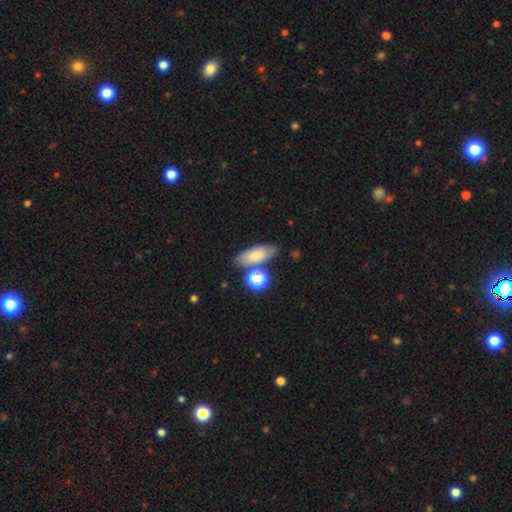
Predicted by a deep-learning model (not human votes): Smooth or featured? smooth (68%)
How rounded? in between (71%)
Merging? none (66%)